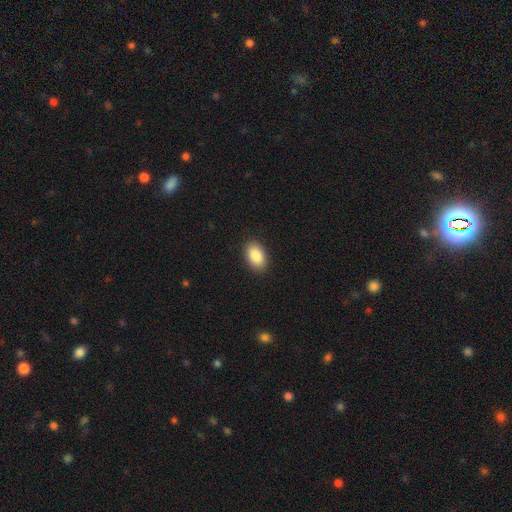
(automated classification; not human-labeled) A smooth galaxy with no disk features (89%) that is in between round and cigar-shaped (92%). Merging: none (89%).